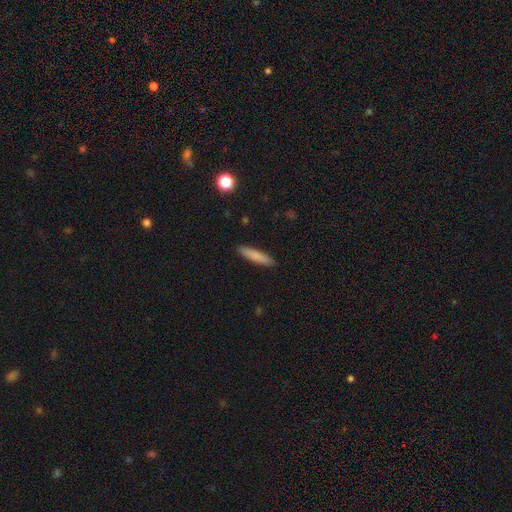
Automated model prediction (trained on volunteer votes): The model was most divided on "smooth or featured": smooth: 83%, featured or disk: 11%, star or artifact: 6%. More confident: merging — none (90%); how rounded — cigar-shaped (86%).